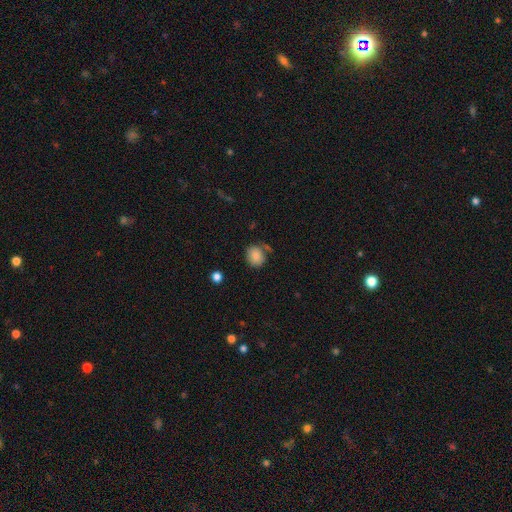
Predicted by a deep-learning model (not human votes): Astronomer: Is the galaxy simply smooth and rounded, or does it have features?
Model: smooth — 86%.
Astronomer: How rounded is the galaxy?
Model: round — 63%.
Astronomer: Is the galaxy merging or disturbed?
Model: none — 72%.